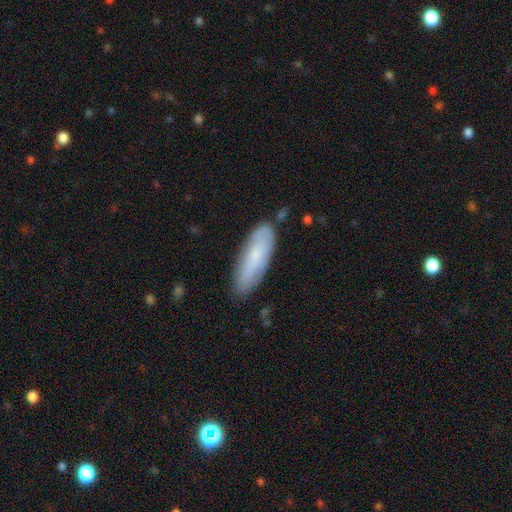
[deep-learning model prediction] smooth-or-featured: smooth: 66% | featured or disk: 28% | star or artifact: 7%
  how-rounded: in between: 52% | cigar-shaped: 46% | round: 2%
  merging: none: 77% | minor disturbance: 18% | major disturbance: 3% | merger: 2%